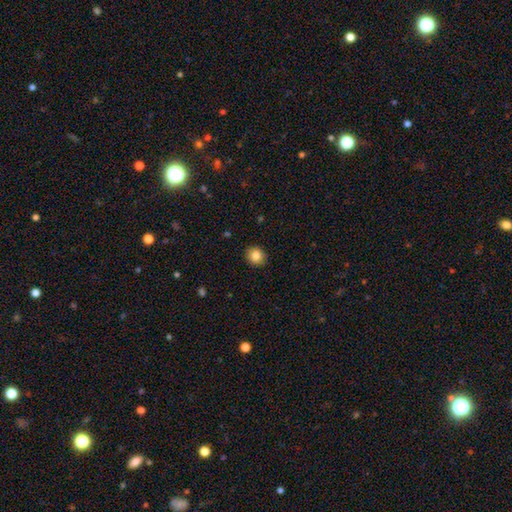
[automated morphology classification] A smooth galaxy with no disk features (85%) that is round (85%). Merging: none (91%).